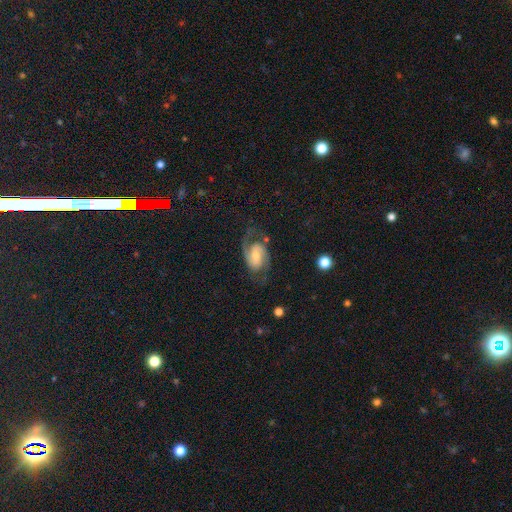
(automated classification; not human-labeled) smooth_or_featured: featured or disk (p=0.82) [alt: smooth p=0.11]
disk_edge_on: no (p=0.97) [alt: yes p=0.03]
bar: weak (p=0.45) [alt: no p=0.40]
has_spiral_arms: yes (p=0.96) [alt: no p=0.04]
spiral_winding: medium (p=0.53) [alt: loose p=0.24]
spiral_arm_count: 2 (p=0.90) [alt: can't tell p=0.04]
bulge_size: moderate (p=0.54) [alt: small p=0.34]
merging: none (p=0.70) [alt: minor disturbance p=0.16]